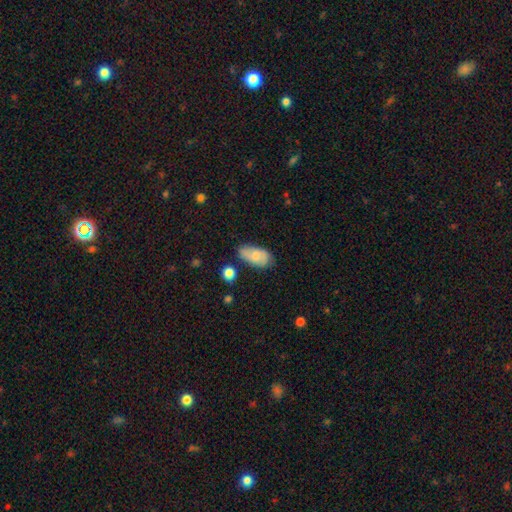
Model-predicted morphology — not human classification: smooth_or_featured: smooth (p=0.62) [alt: featured or disk p=0.31]
how_rounded: in between (p=0.92) [alt: round p=0.05]
merging: none (p=0.61) [alt: minor disturbance p=0.27]